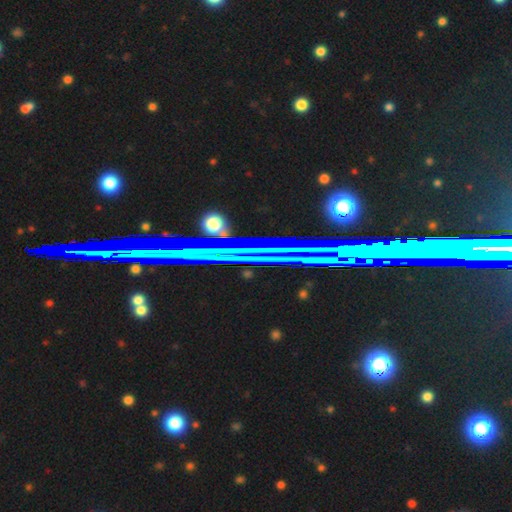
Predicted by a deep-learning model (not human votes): A star or artifact, not a galaxy (71%).